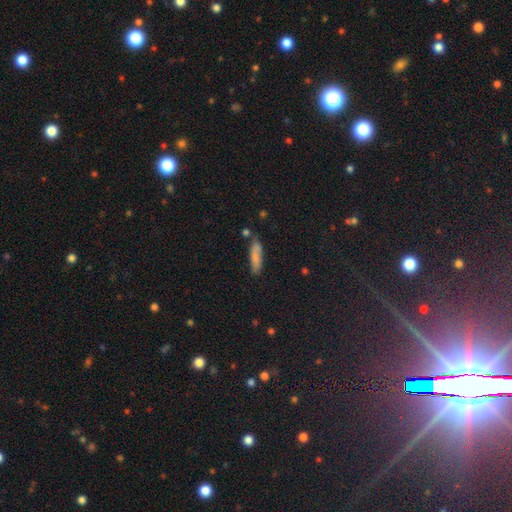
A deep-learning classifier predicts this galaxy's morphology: Smooth or featured: smooth — 81% (featured or disk — 12%)
How rounded: cigar-shaped — 70% (in between — 28%)
Merging: none — 74% (minor disturbance — 17%)